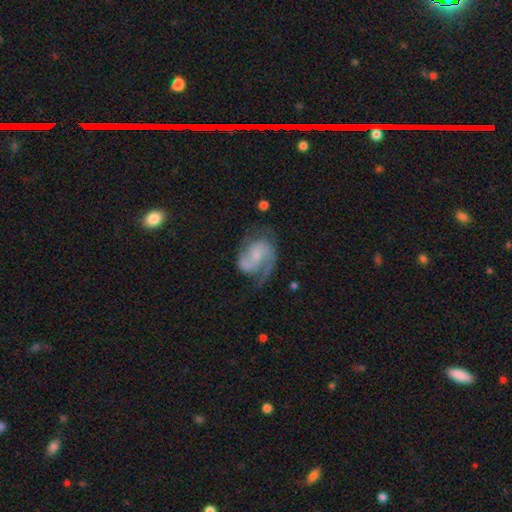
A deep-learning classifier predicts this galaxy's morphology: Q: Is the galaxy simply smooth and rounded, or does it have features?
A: featured or disk — 83%.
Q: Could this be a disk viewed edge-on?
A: no — 98%.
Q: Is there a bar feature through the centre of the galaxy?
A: no — 54%.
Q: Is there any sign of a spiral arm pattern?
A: yes — 96%.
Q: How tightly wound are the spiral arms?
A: medium — 52%.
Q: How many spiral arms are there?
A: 2 — 79%.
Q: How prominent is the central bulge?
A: small — 54%.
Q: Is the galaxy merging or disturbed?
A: none — 60%.